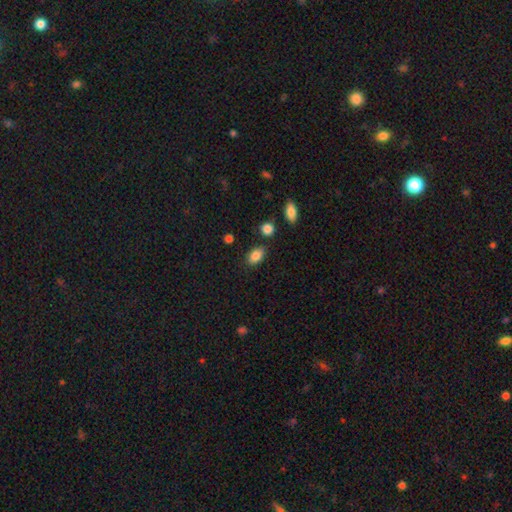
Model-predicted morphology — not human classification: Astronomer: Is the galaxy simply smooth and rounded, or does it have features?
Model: smooth — 85%.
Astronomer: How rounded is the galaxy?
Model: in between — 88%.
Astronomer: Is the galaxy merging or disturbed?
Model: none — 81%.